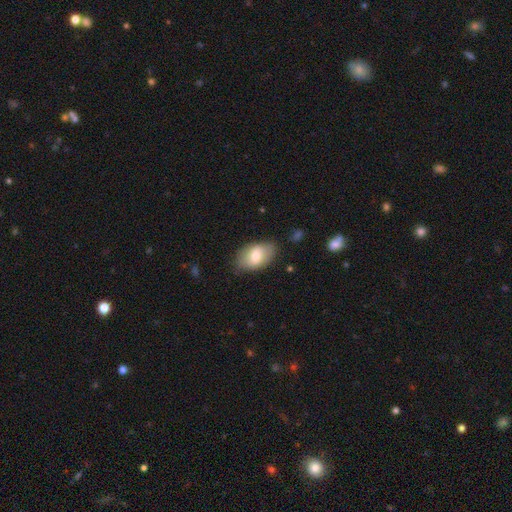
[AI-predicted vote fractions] Smooth or featured? Predicted: smooth (p=0.72). How rounded? Predicted: in between (p=0.92). Merging? Predicted: none (p=0.76).